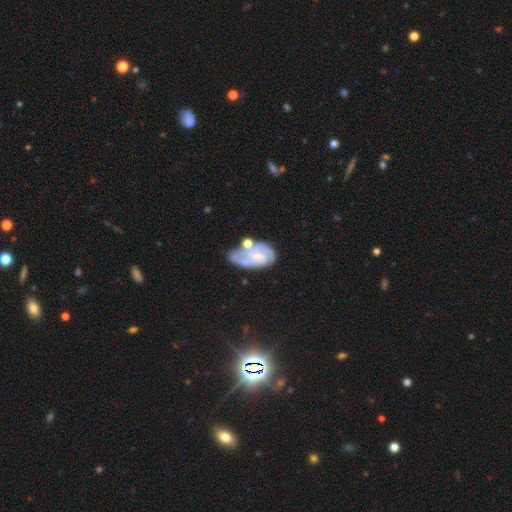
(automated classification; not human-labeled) Overall: featured or disk (71%). Edge-on disk: no (97%). Bar: no (57%; weak 35%). Spiral arms: yes (83%). Spiral arm count: 2 (39%; can't tell 33%). Spiral winding: tight (49%; medium 37%). Bulge size: small (57%; moderate 21%). Merging: none (35%; minor disturbance 27%).